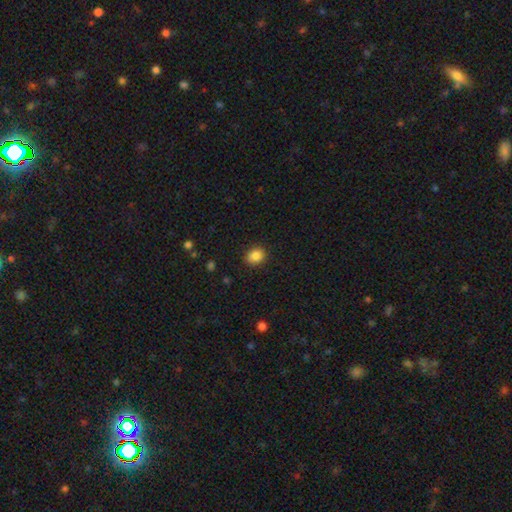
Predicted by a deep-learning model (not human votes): Smooth or featured? Predicted: smooth (p=0.86). How rounded? Predicted: round (p=0.62). Merging? Predicted: none (p=0.87).